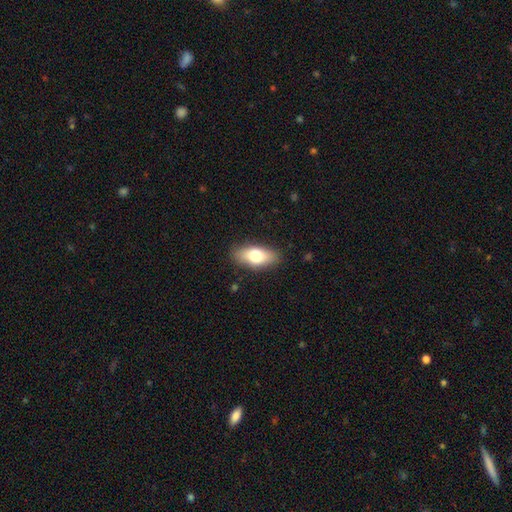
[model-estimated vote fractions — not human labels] smooth_or_featured: smooth (p=0.72) [alt: featured or disk p=0.21]
how_rounded: in between (p=0.82) [alt: cigar-shaped p=0.14]
merging: none (p=0.86) [alt: minor disturbance p=0.11]